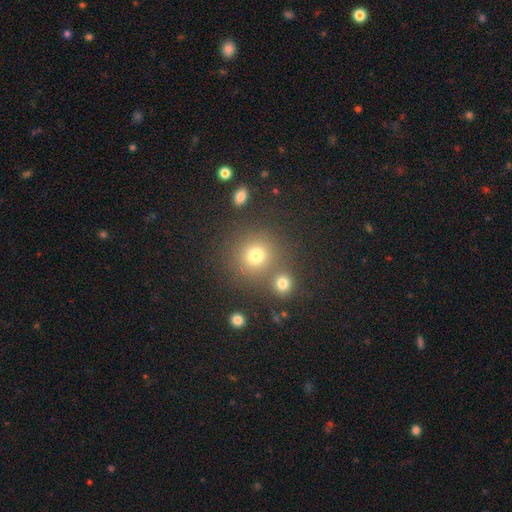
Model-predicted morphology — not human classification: The model was most divided on "merging": none: 72%, merger: 16%, minor disturbance: 8%, major disturbance: 4%. More confident: how rounded — round (89%); smooth or featured — smooth (76%).